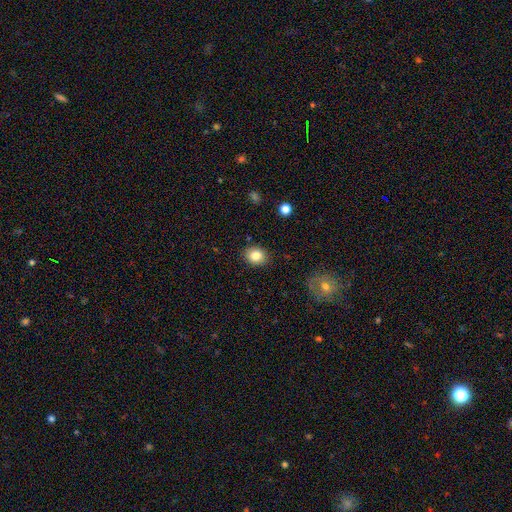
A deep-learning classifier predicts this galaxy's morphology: The model was most divided on "how rounded": round: 61%, in between: 38%, cigar-shaped: 1%. More confident: merging — none (89%); smooth or featured — smooth (82%).